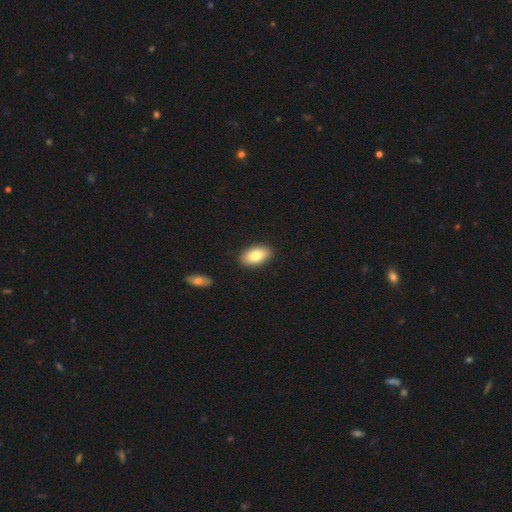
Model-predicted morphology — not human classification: Smooth or featured? smooth (81%)
How rounded? in between (94%)
Merging? none (89%)